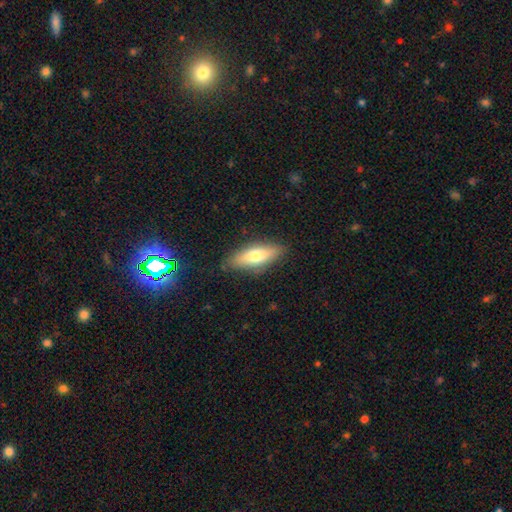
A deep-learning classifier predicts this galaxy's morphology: smooth-or-featured: smooth: 67% | featured or disk: 27% | star or artifact: 6%
  how-rounded: in between: 56% | cigar-shaped: 41% | round: 2%
  merging: none: 83% | minor disturbance: 13% | major disturbance: 3% | merger: 1%